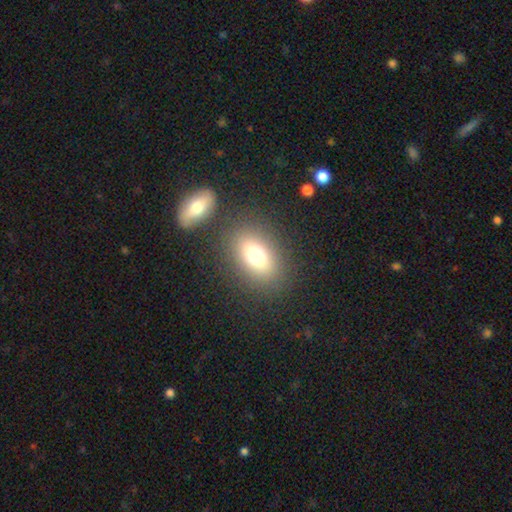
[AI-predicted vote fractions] Smooth or featured: smooth — 72% (star or artifact — 15%)
How rounded: in between — 69% (round — 28%)
Merging: none — 81% (minor disturbance — 9%)